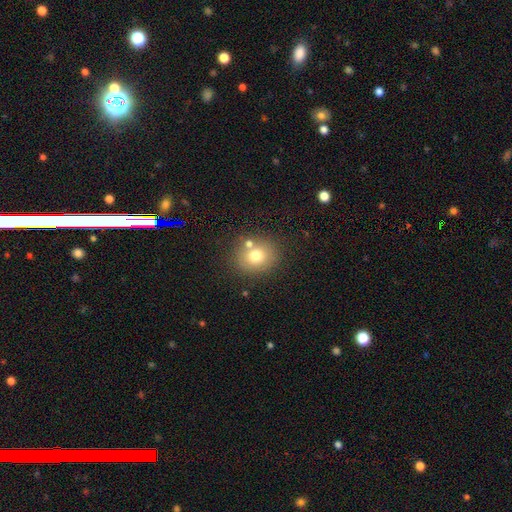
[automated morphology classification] Overall: smooth (73%). How rounded: round (73%). Merging: none (70%).